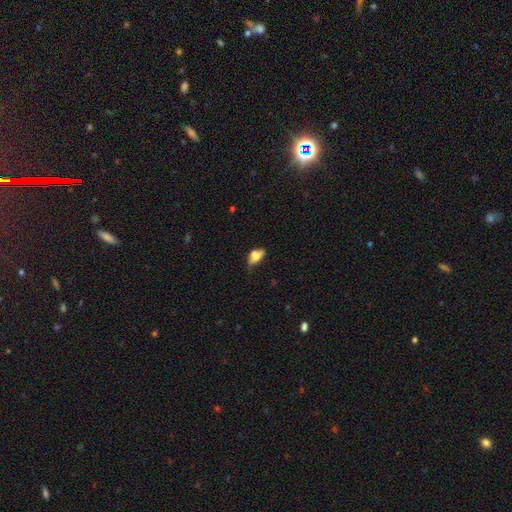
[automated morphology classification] This is likely a smooth galaxy (68%). How rounded: clearly in between (85%). Merging: marginally none (38%).